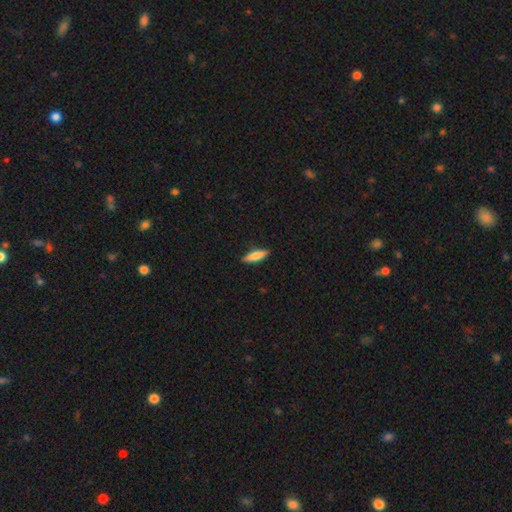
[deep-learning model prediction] smooth-or-featured: smooth: 76% | featured or disk: 18% | star or artifact: 6%
  how-rounded: cigar-shaped: 64% | in between: 34% | round: 2%
  merging: none: 89% | minor disturbance: 8% | major disturbance: 2% | merger: 1%